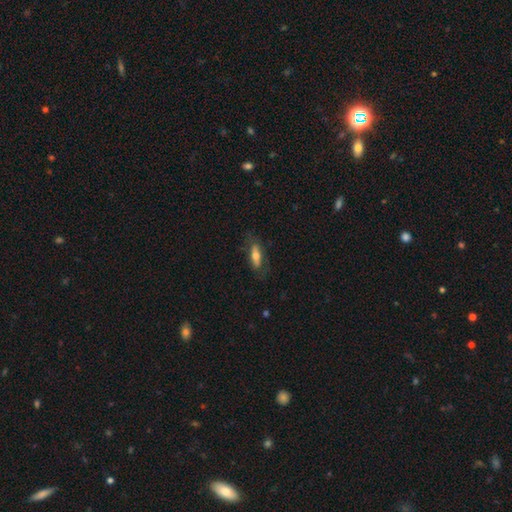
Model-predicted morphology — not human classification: A smooth galaxy with no disk features (62%) that is in between round and cigar-shaped (62%).

Vote fractions:
- Smooth or featured? smooth: 62% / featured or disk: 31% / star or artifact: 6%
- How rounded? in between: 62% / cigar-shaped: 36% / round: 3%
- Merging? none: 69% / minor disturbance: 20% / major disturbance: 9% / merger: 1%